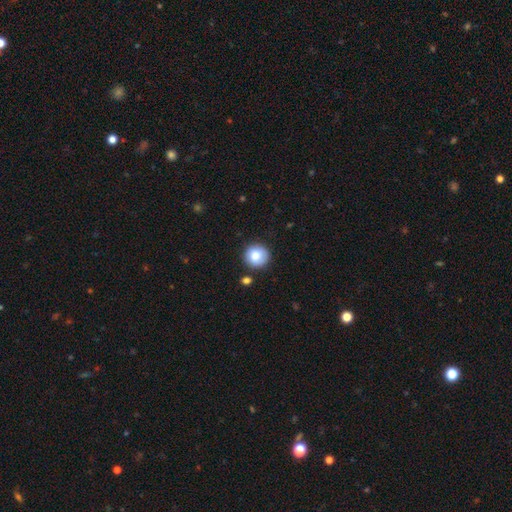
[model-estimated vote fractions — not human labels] smooth-or-featured: smooth: 82% | featured or disk: 9% | star or artifact: 9%
  how-rounded: round: 94% | in between: 5% | cigar-shaped: 1%
  merging: none: 86% | minor disturbance: 9% | merger: 3% | major disturbance: 2%